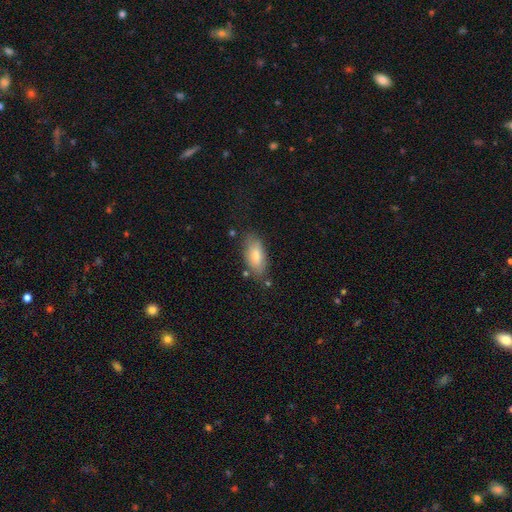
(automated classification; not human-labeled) Smooth or featured? Predicted: smooth (p=0.77). How rounded? Predicted: in between (p=0.86). Merging? Predicted: none (p=0.75).